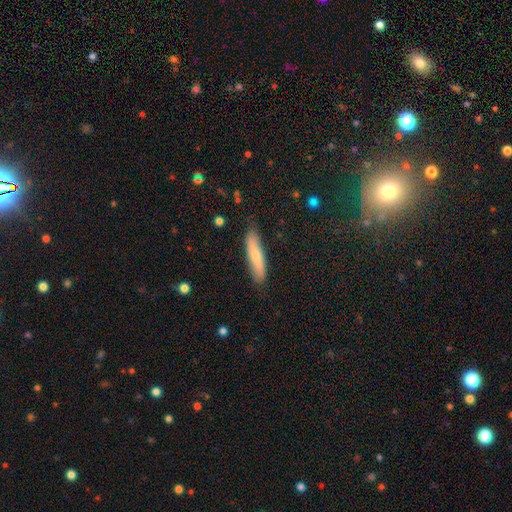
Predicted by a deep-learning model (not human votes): Smooth or featured? smooth (65%)
How rounded? cigar-shaped (83%)
Merging? none (84%)